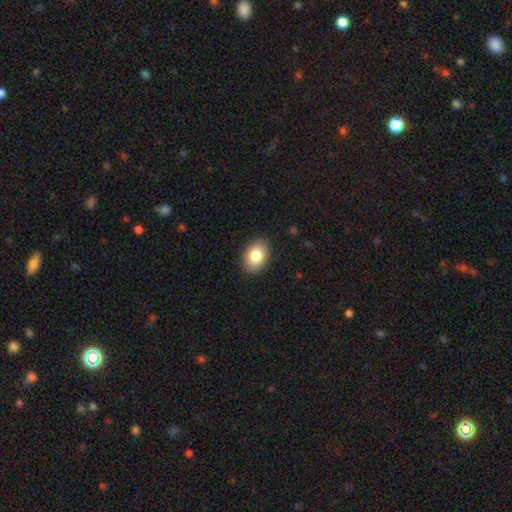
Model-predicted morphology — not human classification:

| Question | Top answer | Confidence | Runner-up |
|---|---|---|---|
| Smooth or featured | smooth | 84% | featured or disk (9%) |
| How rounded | in between | 82% | round (17%) |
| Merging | none | 89% | minor disturbance (8%) |